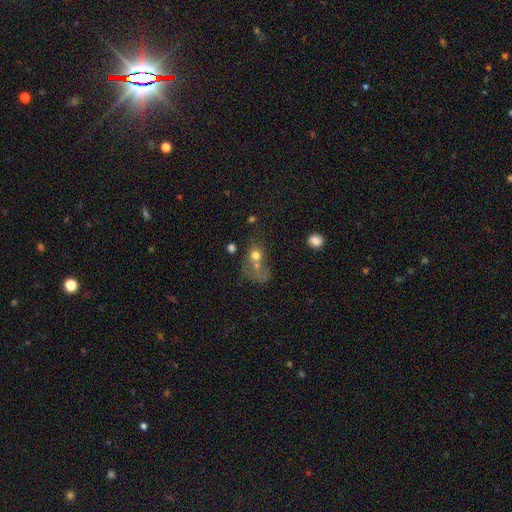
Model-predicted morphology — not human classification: smooth 67%, featured or disk 18%, star or artifact 15%. Down the decision tree: how rounded — round (62%); merging — merger (53%).